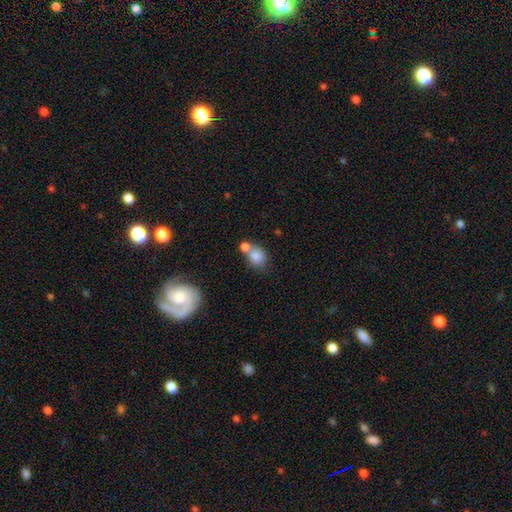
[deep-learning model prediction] A smooth galaxy with no disk features (80%) that is round (55%). Merging: merger (49%).